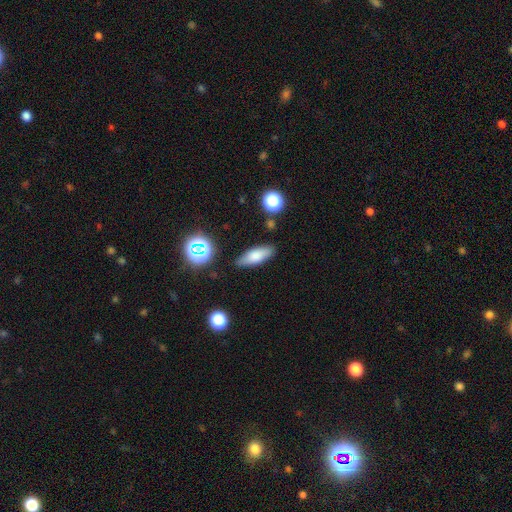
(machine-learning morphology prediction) Smooth or featured? smooth (74%)
How rounded? in between (64%)
Merging? none (82%)